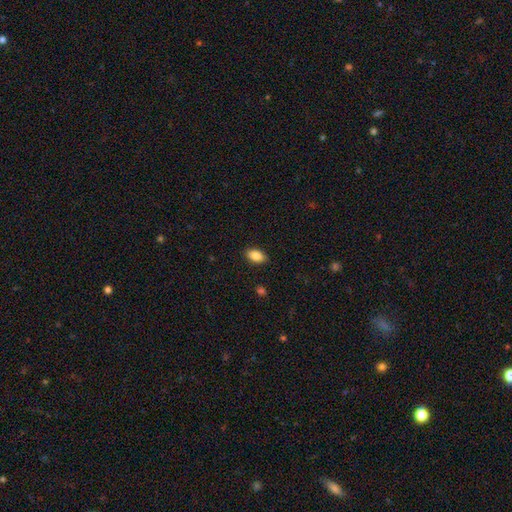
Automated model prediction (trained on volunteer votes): Morphology: type=smooth (87%); roundness=in between (92%); merging=none (88%).